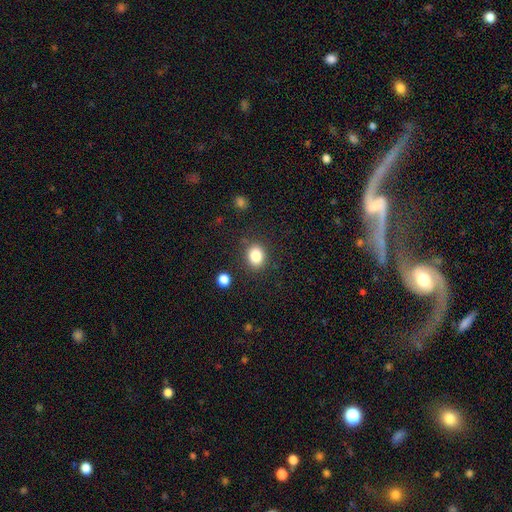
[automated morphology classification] Smooth or featured? smooth (85%)
How rounded? round (51%)
Merging? none (84%)